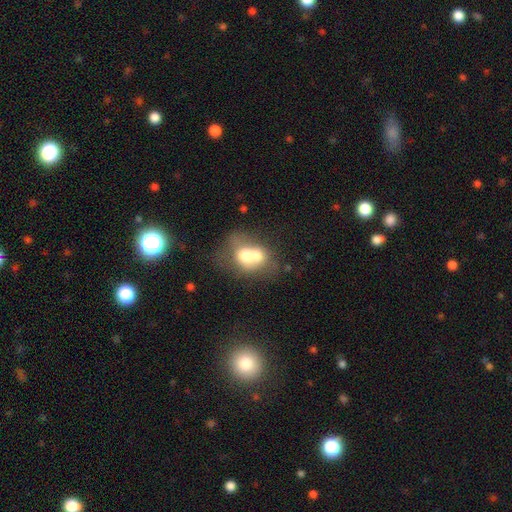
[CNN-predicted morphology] A smooth galaxy with no disk features (63%) that is round (55%).

Vote fractions:
- Smooth or featured? smooth: 63% / featured or disk: 28% / star or artifact: 10%
- How rounded? round: 55% / in between: 44% / cigar-shaped: 1%
- Merging? merger: 72% / none: 17% / minor disturbance: 6% / major disturbance: 5%